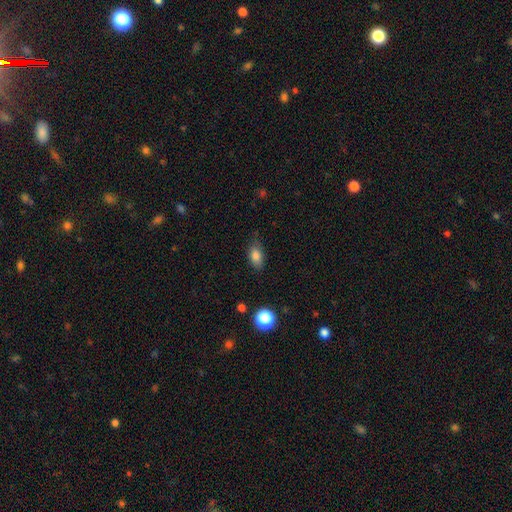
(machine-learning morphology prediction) Smooth or featured: smooth — 82% (star or artifact — 10%)
How rounded: in between — 85% (round — 10%)
Merging: none — 75% (minor disturbance — 20%)